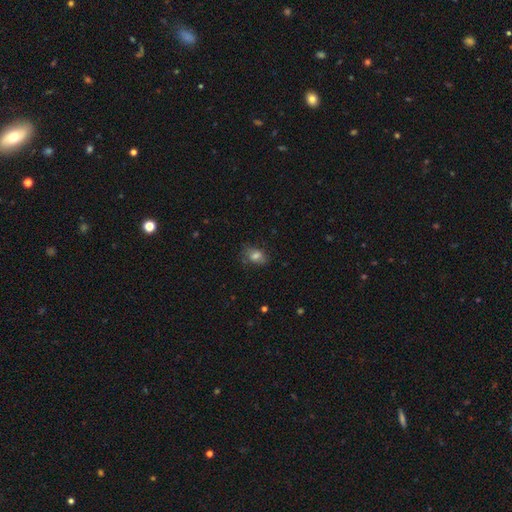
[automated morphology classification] Smooth or featured? smooth (74%)
How rounded? in between (78%)
Merging? none (66%)